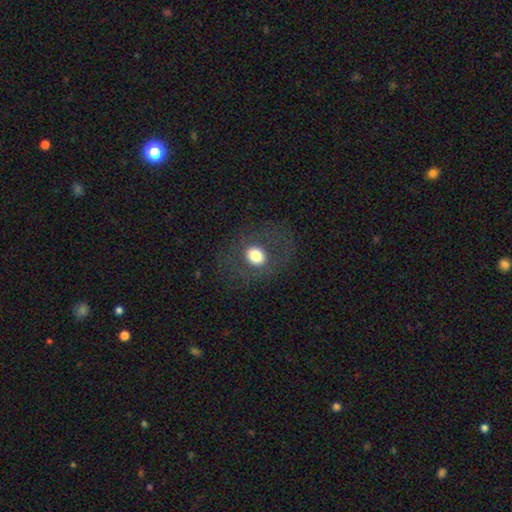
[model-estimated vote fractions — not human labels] smooth-or-featured: smooth: 67% | featured or disk: 21% | star or artifact: 12%
  how-rounded: round: 69% | in between: 30% | cigar-shaped: 1%
  merging: none: 79% | minor disturbance: 11% | major disturbance: 9% | merger: 1%